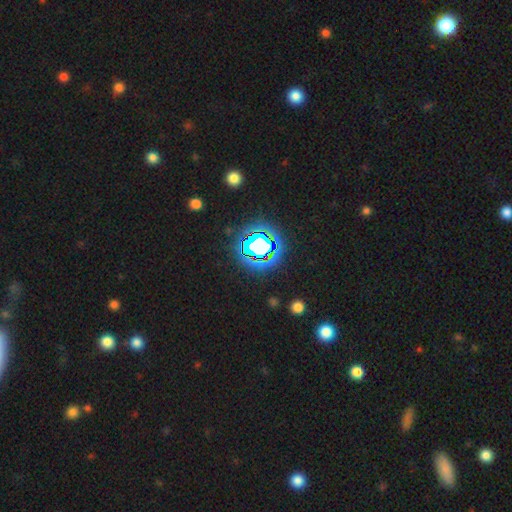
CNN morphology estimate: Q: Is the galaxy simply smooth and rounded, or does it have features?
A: star or artifact — 81%.